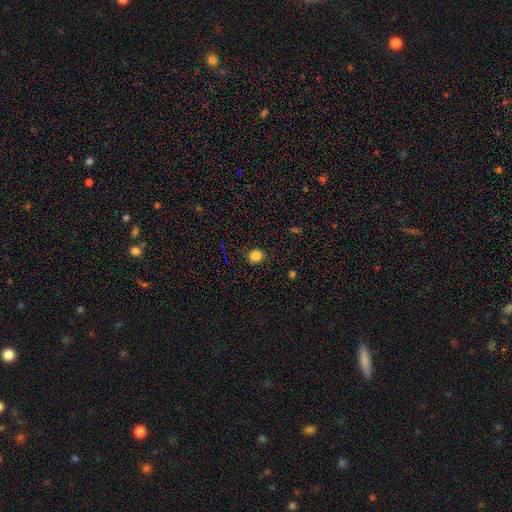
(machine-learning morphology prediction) smooth-or-featured: smooth: 82% | star or artifact: 13% | featured or disk: 5%
  how-rounded: round: 86% | in between: 13% | cigar-shaped: 1%
  merging: none: 89% | minor disturbance: 7% | major disturbance: 2% | merger: 1%